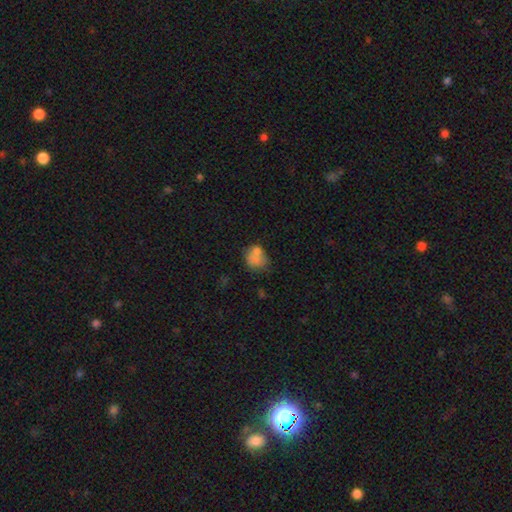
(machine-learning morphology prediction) The model was most divided on "merging": none: 37%, merger: 34%, minor disturbance: 18%, major disturbance: 10%. More confident: smooth or featured — smooth (71%); how rounded — round (58%).